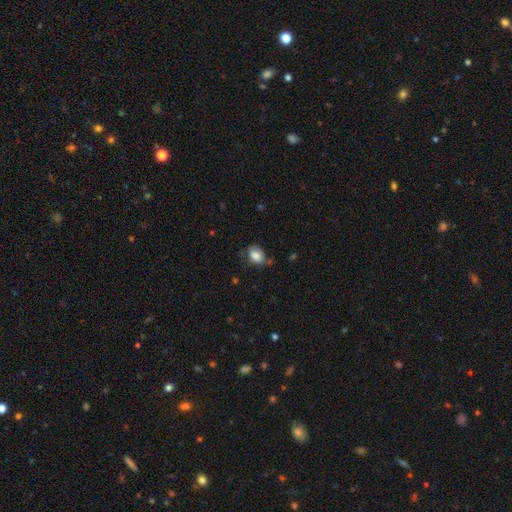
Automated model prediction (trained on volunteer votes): smooth 80%, featured or disk 12%, star or artifact 8%. Down the decision tree: how rounded — in between (80%); merging — none (54%).